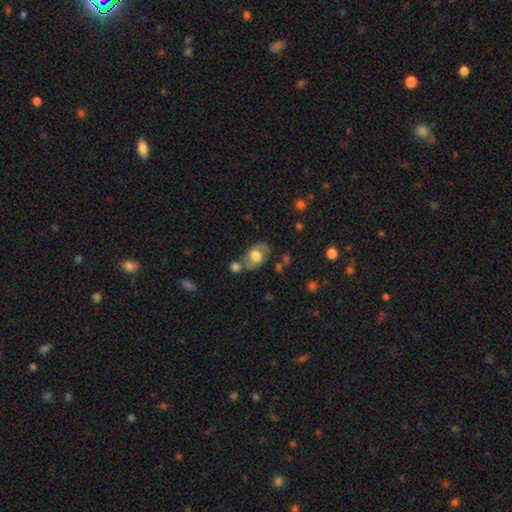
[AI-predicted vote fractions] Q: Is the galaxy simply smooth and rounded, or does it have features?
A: smooth — 55%.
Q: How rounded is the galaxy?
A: in between — 79%.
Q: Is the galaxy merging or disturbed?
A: none — 59%.